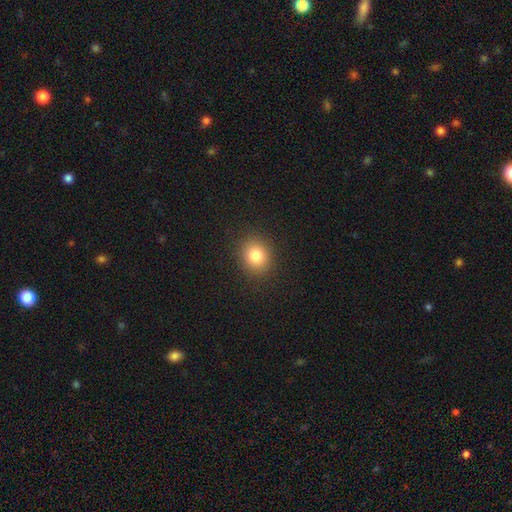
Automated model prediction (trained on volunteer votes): The model was most divided on "how rounded": round: 72%, in between: 27%, cigar-shaped: 1%. More confident: merging — none (89%); smooth or featured — smooth (81%).